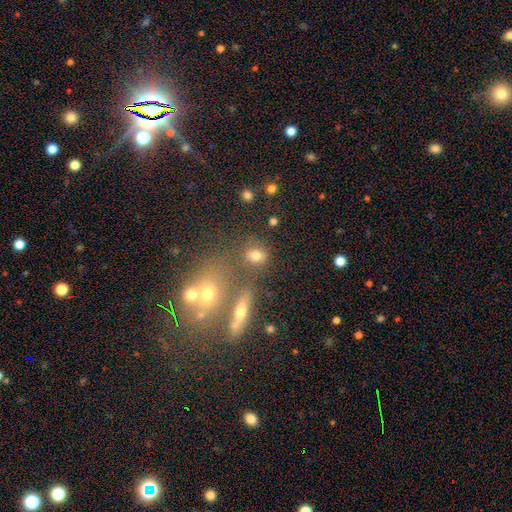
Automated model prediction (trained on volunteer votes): Smooth or featured? smooth (71%)
How rounded? in between (54%)
Merging? none (68%)